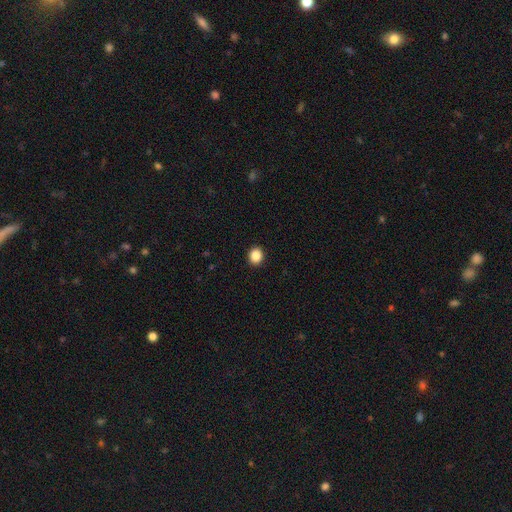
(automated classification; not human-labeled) smooth-or-featured: smooth: 87% | star or artifact: 10% | featured or disk: 3%
  how-rounded: round: 75% | in between: 24% | cigar-shaped: 1%
  merging: none: 93% | minor disturbance: 5% | major disturbance: 2% | merger: 1%